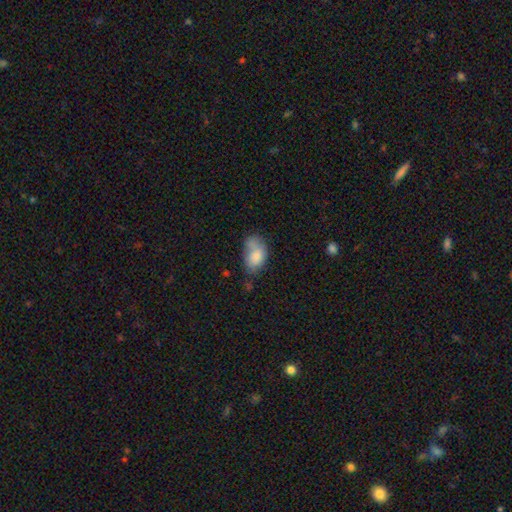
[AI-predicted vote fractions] Overall: smooth (78%). How rounded: in between (88%). Merging: none (35%; minor disturbance 29%).